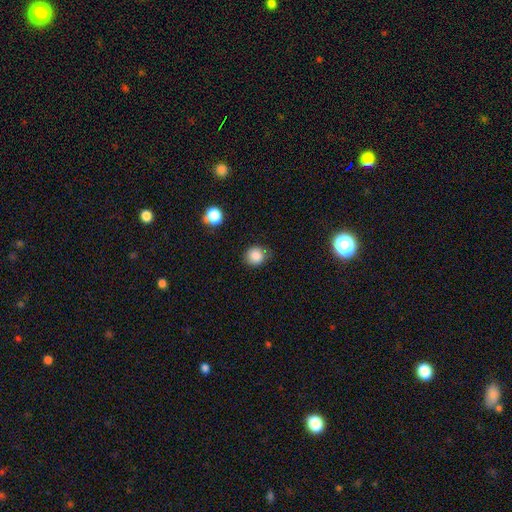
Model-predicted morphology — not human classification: smooth_or_featured: smooth (p=0.86) [alt: star or artifact p=0.10]
how_rounded: round (p=0.82) [alt: in between p=0.17]
merging: none (p=0.72) [alt: minor disturbance p=0.21]